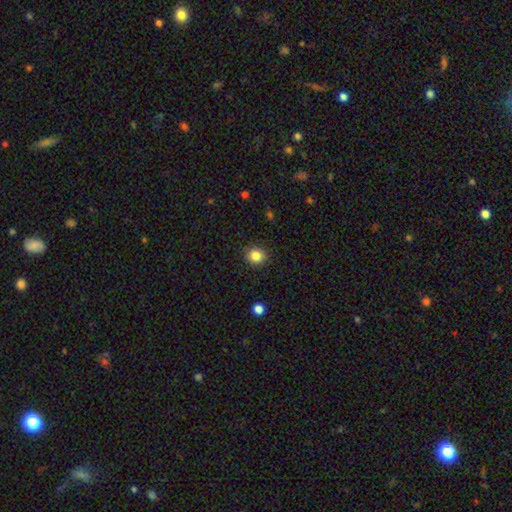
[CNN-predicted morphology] smooth-or-featured: smooth: 84% | star or artifact: 11% | featured or disk: 5%
  how-rounded: round: 85% | in between: 14% | cigar-shaped: 1%
  merging: none: 90% | minor disturbance: 7% | major disturbance: 2% | merger: 1%